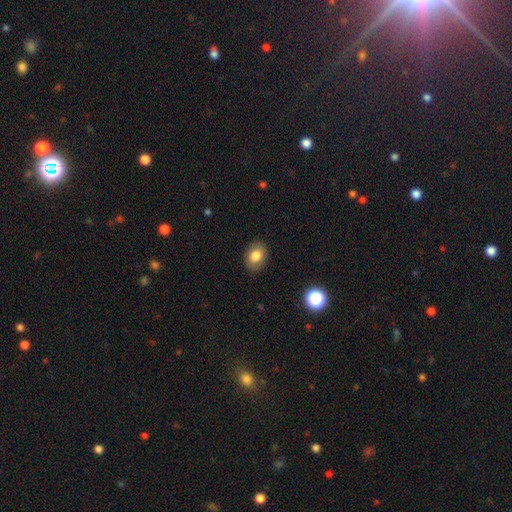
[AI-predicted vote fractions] Smooth or featured? Predicted: smooth (p=0.81). How rounded? Predicted: in between (p=0.72). Merging? Predicted: none (p=0.86).